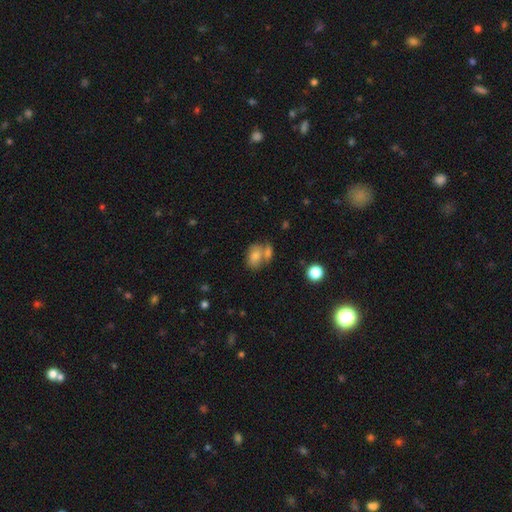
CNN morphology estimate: Smooth or featured: smooth — 75% (featured or disk — 15%)
How rounded: in between — 78% (round — 20%)
Merging: merger — 48% (none — 33%)